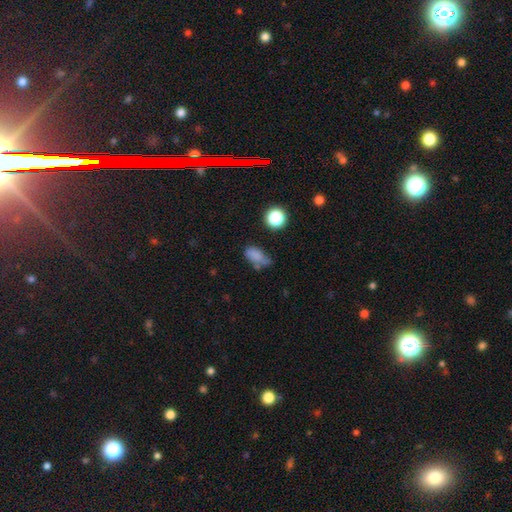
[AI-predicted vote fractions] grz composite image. It shows a smooth galaxy with no disk features (75%) that is in between round and cigar-shaped (82%). Merging: none (43%).